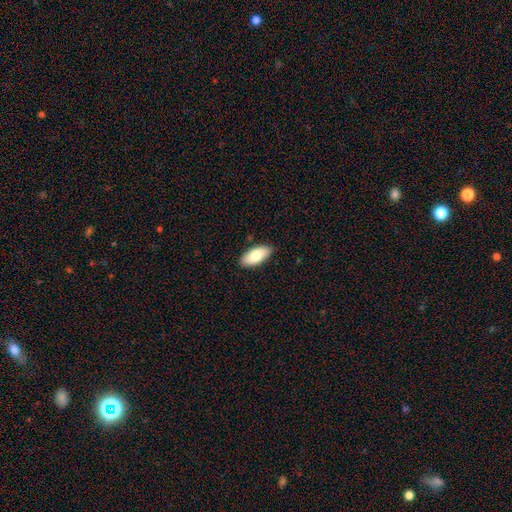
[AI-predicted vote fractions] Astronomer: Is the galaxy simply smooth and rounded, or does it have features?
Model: smooth — 80%.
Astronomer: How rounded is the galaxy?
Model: in between — 90%.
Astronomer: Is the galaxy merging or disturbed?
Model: none — 88%.